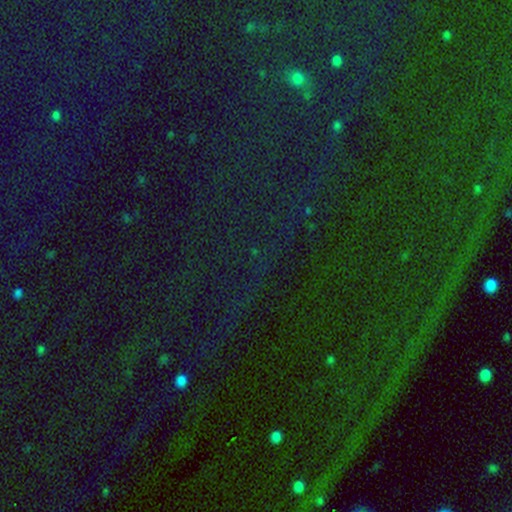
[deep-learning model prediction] Morphology: type=star or artifact (81%).